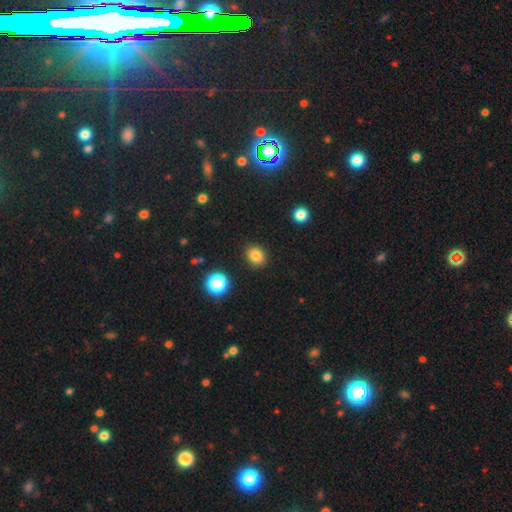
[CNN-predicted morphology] Q: Smooth or featured?
A: smooth (83%); runner-up: star or artifact (12%)
Q: How rounded?
A: round (63%); runner-up: in between (36%)
Q: Merging?
A: none (88%); runner-up: minor disturbance (8%)